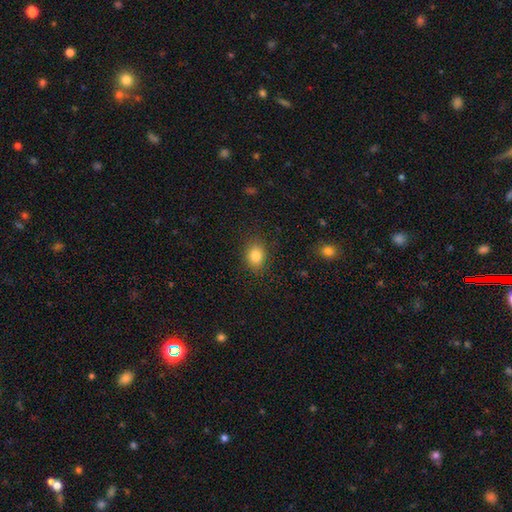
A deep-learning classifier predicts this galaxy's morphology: Q: Smooth or featured?
A: smooth (83%); runner-up: star or artifact (10%)
Q: How rounded?
A: in between (56%); runner-up: round (43%)
Q: Merging?
A: none (86%); runner-up: minor disturbance (10%)